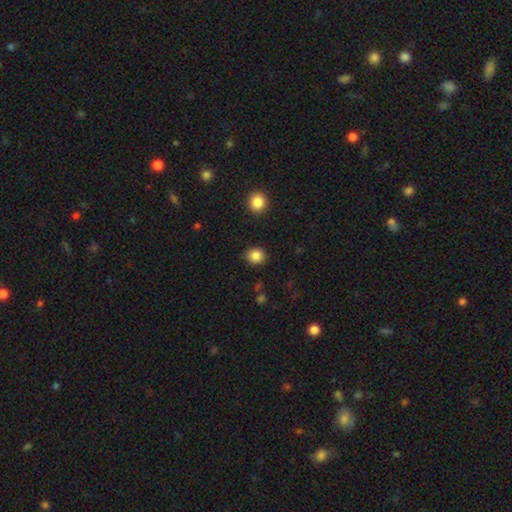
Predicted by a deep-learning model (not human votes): This is clearly a smooth galaxy (85%). How rounded: likely round (77%). Merging: clearly none (88%).